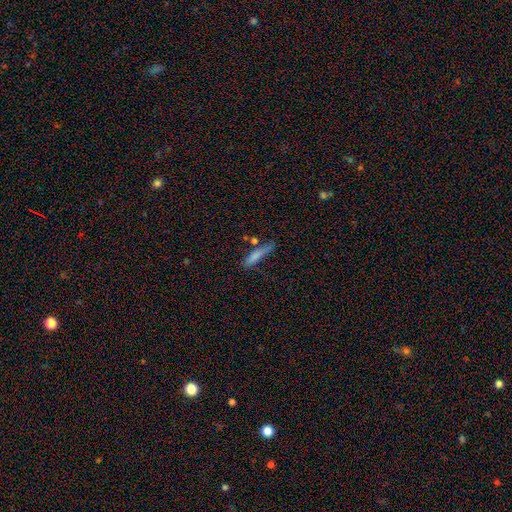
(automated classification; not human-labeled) Smooth or featured? Predicted: smooth (p=0.75). How rounded? Predicted: cigar-shaped (p=0.81). Merging? Predicted: none (p=0.58).